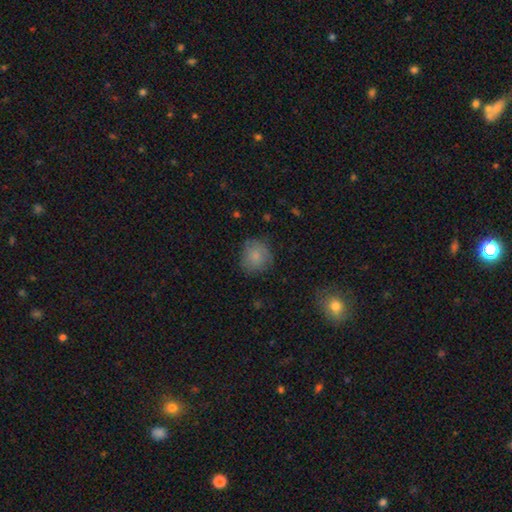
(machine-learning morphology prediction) smooth_or_featured: smooth (p=0.82) [alt: featured or disk p=0.10]
how_rounded: round (p=0.86) [alt: in between p=0.13]
merging: none (p=0.75) [alt: minor disturbance p=0.19]